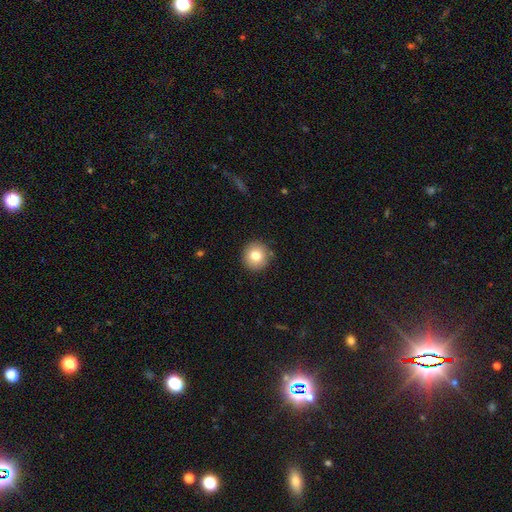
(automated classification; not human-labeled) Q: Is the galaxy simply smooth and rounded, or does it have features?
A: smooth — 78%.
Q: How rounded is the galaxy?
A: round — 93%.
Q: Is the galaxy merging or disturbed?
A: none — 89%.